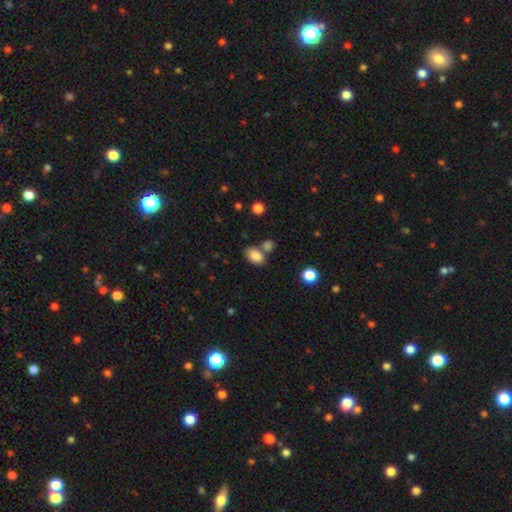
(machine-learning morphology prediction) A smooth galaxy with no disk features (85%) that is in between round and cigar-shaped (87%). Merging: none (58%).